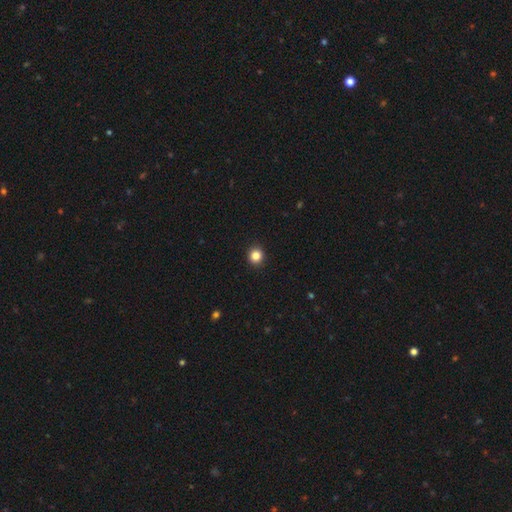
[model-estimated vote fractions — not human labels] Smooth or featured? smooth (84%)
How rounded? round (90%)
Merging? none (93%)